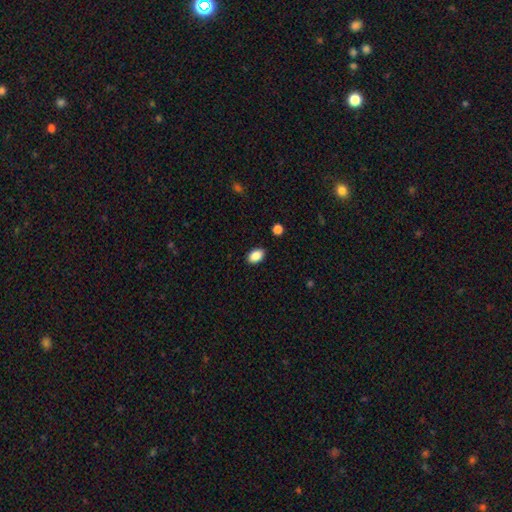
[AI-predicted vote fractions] Morphology: type=smooth (89%); roundness=in between (88%); merging=none (89%).